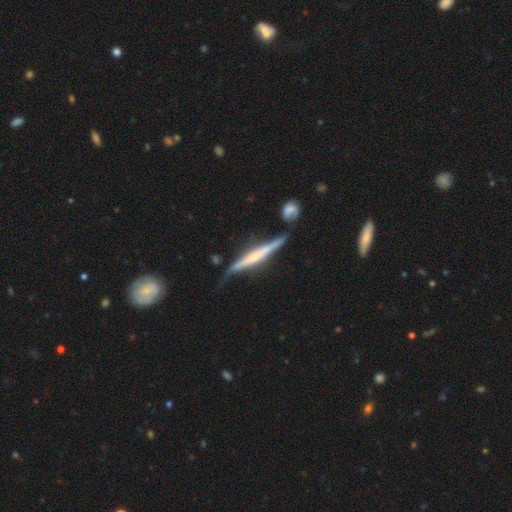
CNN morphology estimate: A featured or disk galaxy (70%) viewed edge-on (94%) with no central bulge (39%). Merging: none (63%).